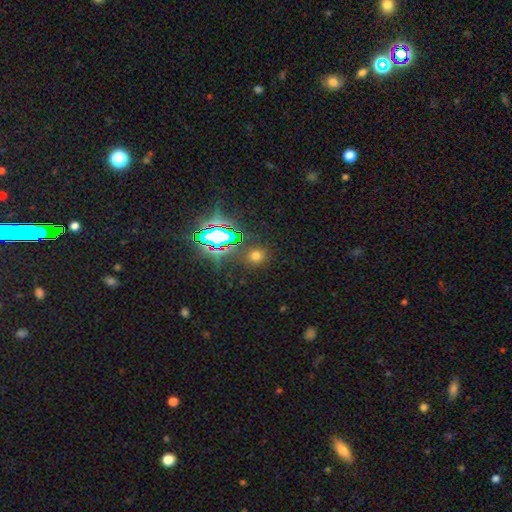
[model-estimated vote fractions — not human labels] smooth_or_featured: smooth (p=0.59) [alt: star or artifact p=0.34]
how_rounded: round (p=0.78) [alt: in between p=0.21]
merging: none (p=0.85) [alt: minor disturbance p=0.09]